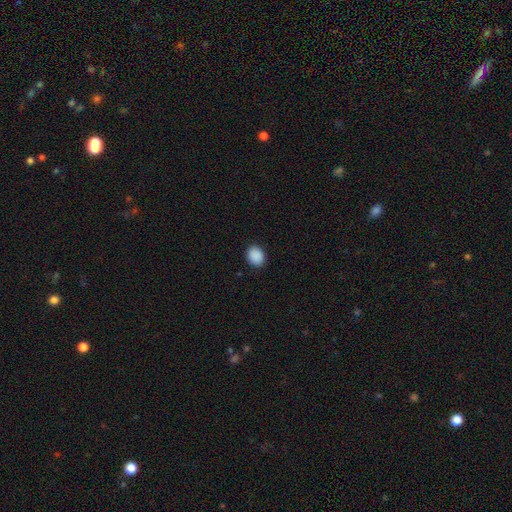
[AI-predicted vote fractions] Smooth or featured? Predicted: smooth (p=0.90). How rounded? Predicted: round (p=0.53). Merging? Predicted: none (p=0.89).